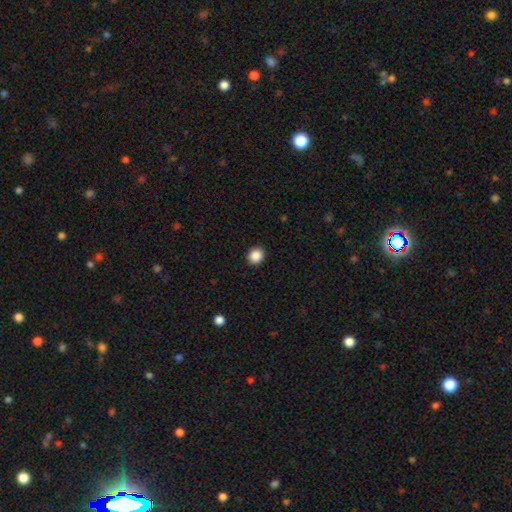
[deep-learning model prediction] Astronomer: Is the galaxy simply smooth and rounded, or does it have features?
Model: smooth — 88%.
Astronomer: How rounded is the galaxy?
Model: round — 85%.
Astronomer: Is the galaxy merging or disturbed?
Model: none — 92%.